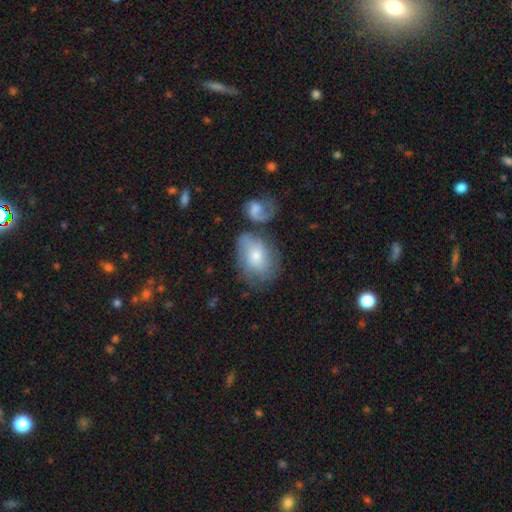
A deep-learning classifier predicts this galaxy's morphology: type=smooth (56%); roundness=in between (73%); merging=none (44%).